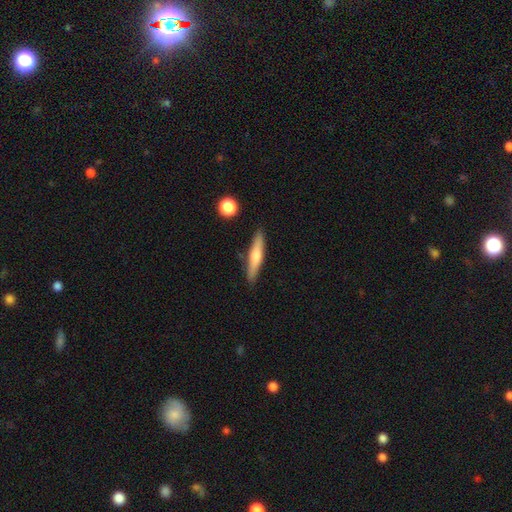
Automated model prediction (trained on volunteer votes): A smooth galaxy with no disk features (56%) that is cigar-shaped (88%). Merging: none (87%).